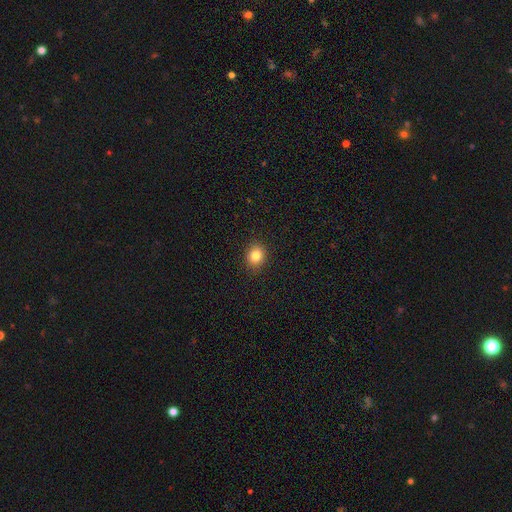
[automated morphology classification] Smooth or featured? smooth (82%)
How rounded? round (68%)
Merging? none (91%)